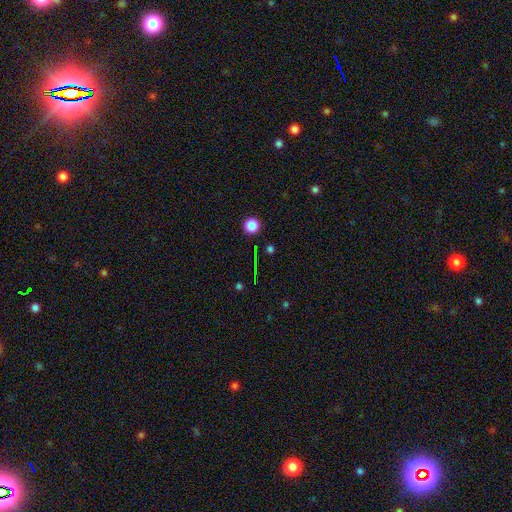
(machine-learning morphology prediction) Q: Smooth or featured?
A: star or artifact (56%); runner-up: smooth (34%)